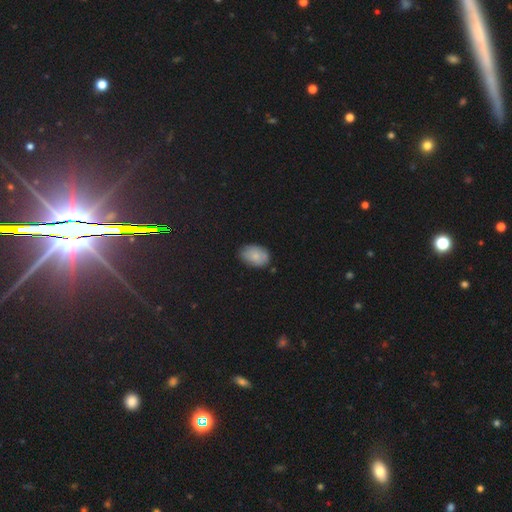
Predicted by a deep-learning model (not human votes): Q: Smooth or featured?
A: smooth (79%); runner-up: featured or disk (11%)
Q: How rounded?
A: in between (84%); runner-up: round (15%)
Q: Merging?
A: none (76%); runner-up: minor disturbance (19%)